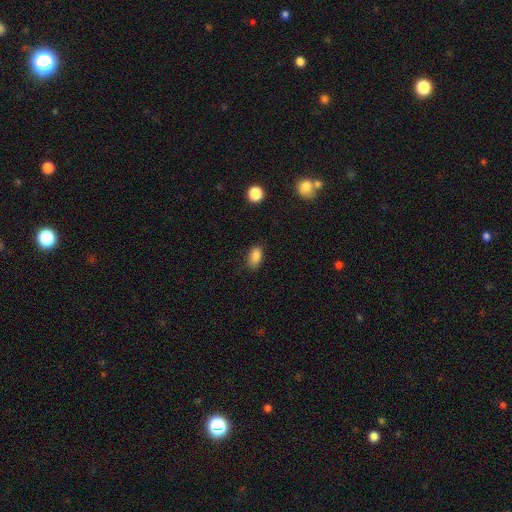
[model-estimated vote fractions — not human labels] smooth-or-featured: smooth: 86% | star or artifact: 9% | featured or disk: 5%
  how-rounded: in between: 89% | round: 8% | cigar-shaped: 3%
  merging: none: 79% | minor disturbance: 17% | major disturbance: 3% | merger: 1%